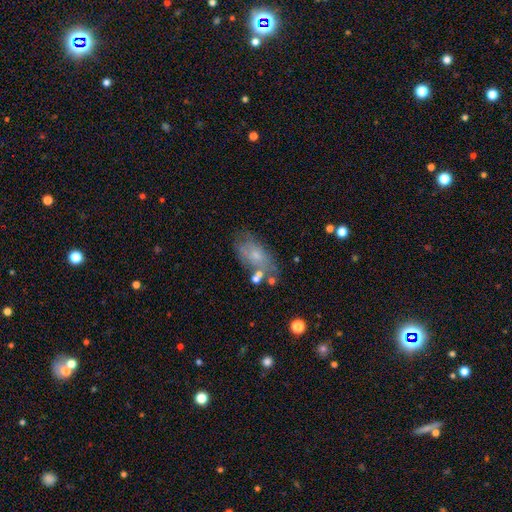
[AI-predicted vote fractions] Smooth or featured?
  - smooth: 52% *
  - featured or disk: 38%
  - star or artifact: 9%
How rounded?
  - in between: 89% *
  - round: 6%
  - cigar-shaped: 5%
Merging?
  - none: 56% *
  - minor disturbance: 25%
  - major disturbance: 11%
  - merger: 8%